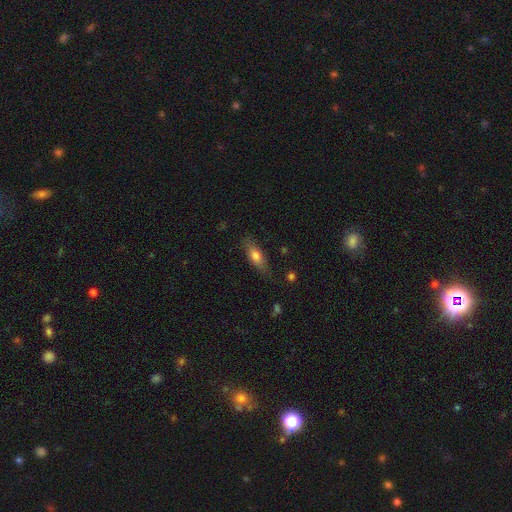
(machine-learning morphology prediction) The model was most divided on "how rounded": in between: 60%, cigar-shaped: 37%, round: 3%. More confident: merging — none (77%); smooth or featured — smooth (69%).